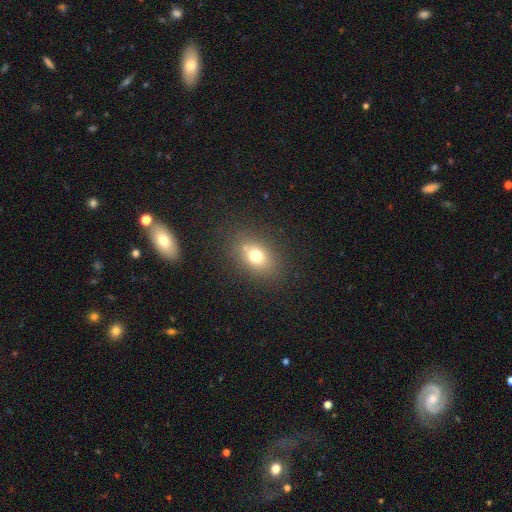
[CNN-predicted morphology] smooth 72%, featured or disk 14%, star or artifact 14%. Down the decision tree: how rounded — in between (68%); merging — none (76%).